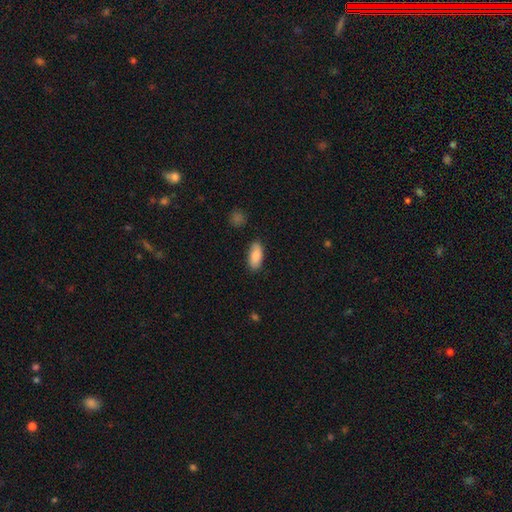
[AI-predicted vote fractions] A smooth galaxy with no disk features (86%) that is in between round and cigar-shaped (88%).

Vote fractions:
- Smooth or featured? smooth: 86% / featured or disk: 7% / star or artifact: 6%
- How rounded? in between: 88% / cigar-shaped: 10% / round: 2%
- Merging? none: 82% / minor disturbance: 13% / major disturbance: 3% / merger: 2%